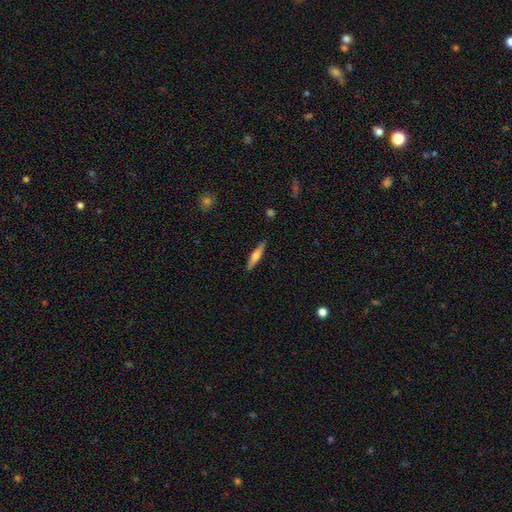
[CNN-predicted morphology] smooth_or_featured: smooth (p=0.57) [alt: featured or disk p=0.38]
how_rounded: cigar-shaped (p=0.86) [alt: in between p=0.12]
merging: none (p=0.88) [alt: minor disturbance p=0.09]